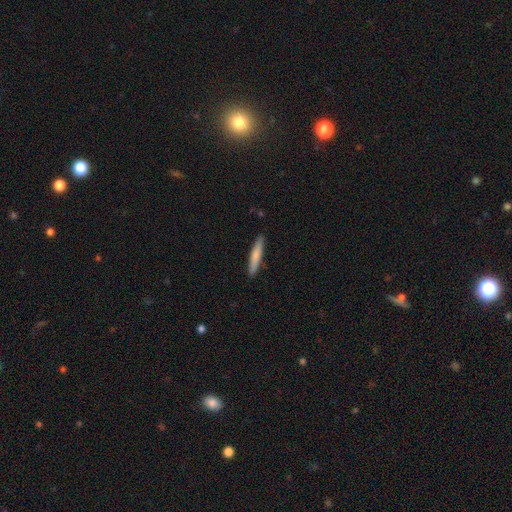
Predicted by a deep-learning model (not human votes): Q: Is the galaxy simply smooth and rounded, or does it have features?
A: smooth — 74%.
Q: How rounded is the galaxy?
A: cigar-shaped — 93%.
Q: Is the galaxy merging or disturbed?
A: none — 90%.